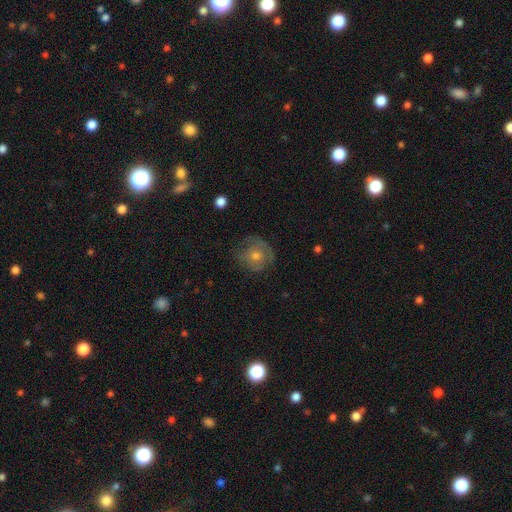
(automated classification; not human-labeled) smooth-or-featured: featured or disk: 45% | smooth: 42% | star or artifact: 12%
  merging: none: 68% | minor disturbance: 20% | major disturbance: 10% | merger: 1%